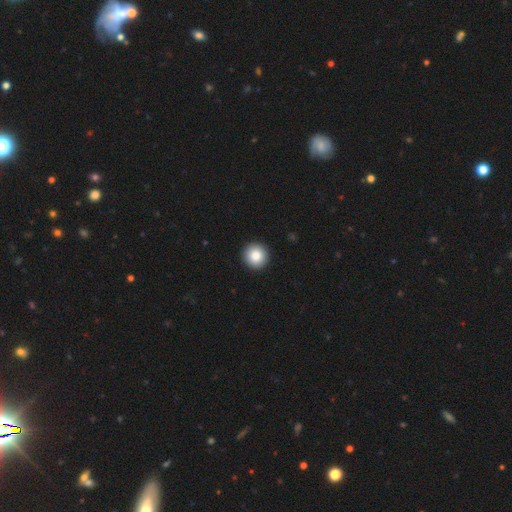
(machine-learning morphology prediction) Smooth or featured?
  - smooth: 86% *
  - star or artifact: 8%
  - featured or disk: 5%
How rounded?
  - round: 95% *
  - in between: 4%
  - cigar-shaped: 1%
Merging?
  - none: 93% *
  - minor disturbance: 4%
  - major disturbance: 1%
  - merger: 1%